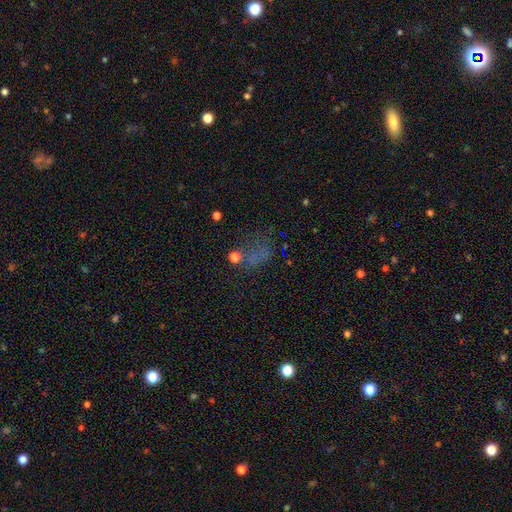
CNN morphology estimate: This appears to be a smooth galaxy with no disk features (40%). Merging: none (46%).